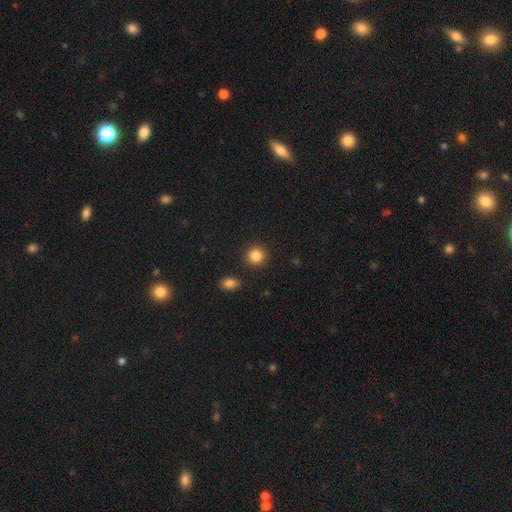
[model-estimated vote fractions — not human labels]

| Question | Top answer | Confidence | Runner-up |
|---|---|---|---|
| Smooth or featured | smooth | 86% | star or artifact (10%) |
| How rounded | round | 91% | in between (8%) |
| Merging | none | 90% | minor disturbance (5%) |